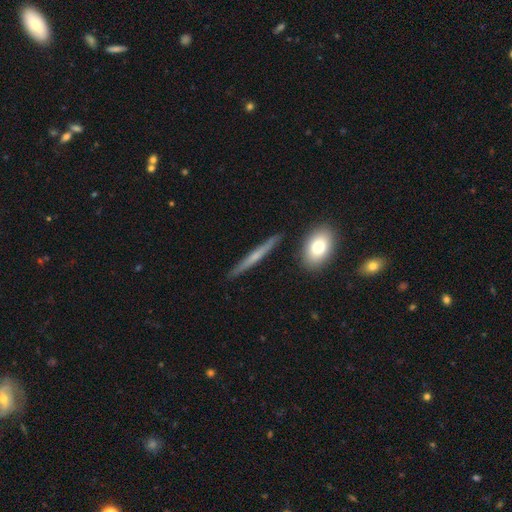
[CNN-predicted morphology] This appears to be a featured or disk galaxy (54%) viewed edge-on (95%) with no central bulge (55%). Merging: none (89%).